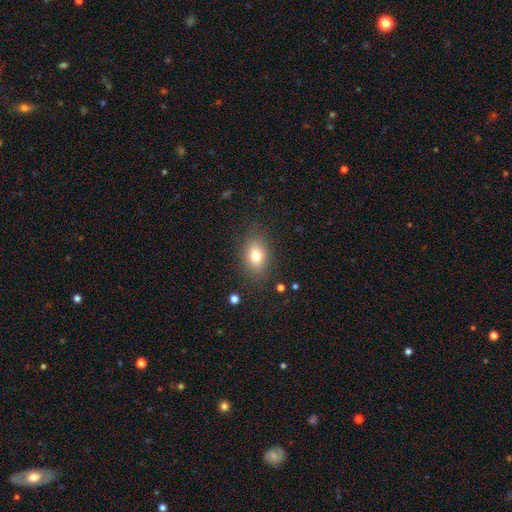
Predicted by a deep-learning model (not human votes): Smooth or featured: smooth — 76% (featured or disk — 13%)
How rounded: in between — 77% (round — 20%)
Merging: none — 83% (minor disturbance — 12%)